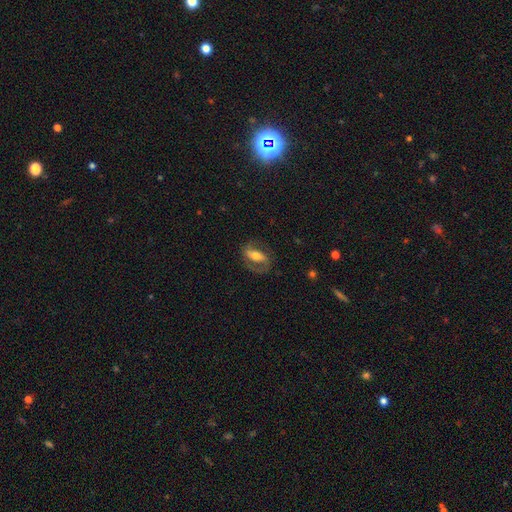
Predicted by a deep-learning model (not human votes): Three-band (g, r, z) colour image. It shows a featured or disk galaxy (70%) with a strong bar (47%), 2 (83%) medium (48%) spiral arms (83%) and a moderate central bulge (64%). Merging: none (72%).